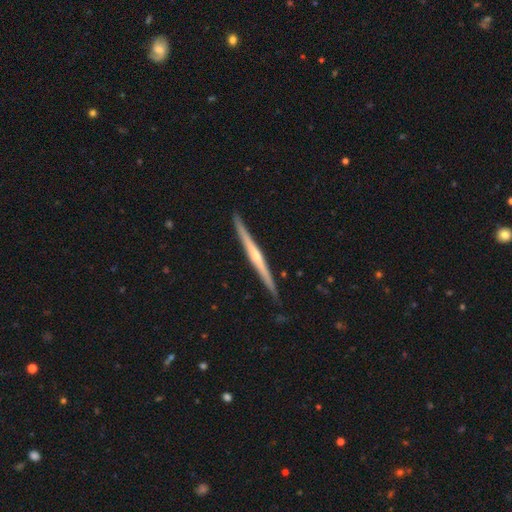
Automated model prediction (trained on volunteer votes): Smooth or featured? Predicted: featured or disk (p=0.76). Edge-on disk? Predicted: yes (p=0.98). Edge-on bulge? Predicted: rounded (p=0.62). Merging? Predicted: none (p=0.90).